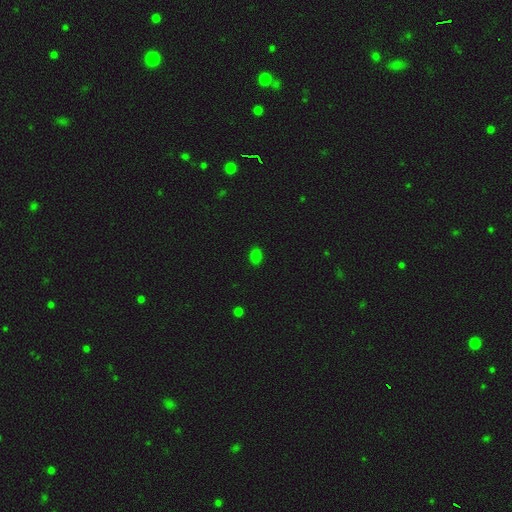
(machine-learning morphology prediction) A smooth galaxy with no disk features (80%) that is in between round and cigar-shaped (80%).

Vote fractions:
- Smooth or featured? smooth: 80% / star or artifact: 17% / featured or disk: 3%
- How rounded? in between: 80% / round: 18% / cigar-shaped: 2%
- Merging? none: 86% / minor disturbance: 10% / major disturbance: 2% / merger: 1%